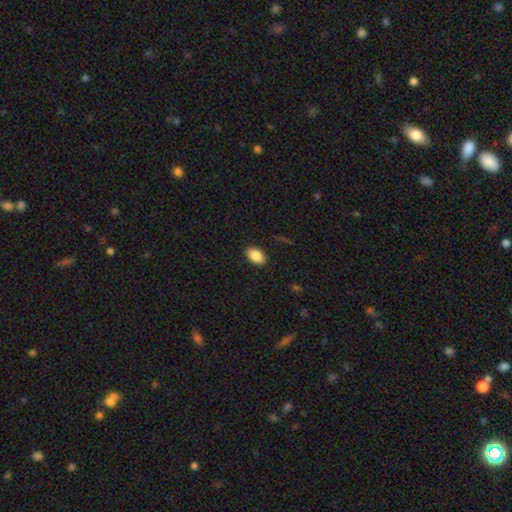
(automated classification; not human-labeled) A smooth galaxy with no disk features (87%) that is in between round and cigar-shaped (90%). Merging: none (88%).